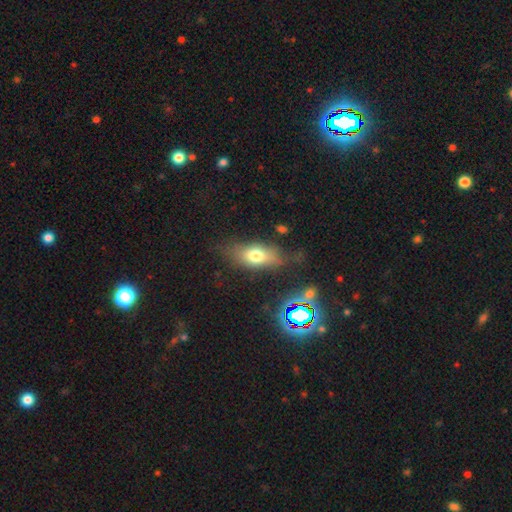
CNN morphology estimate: Smooth or featured? Predicted: smooth (p=0.69). How rounded? Predicted: in between (p=0.80). Merging? Predicted: none (p=0.65).